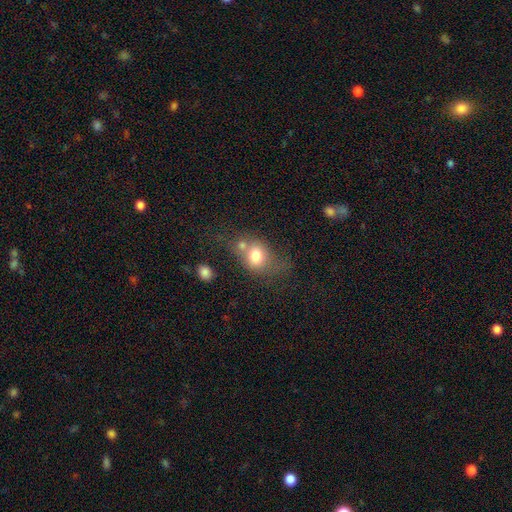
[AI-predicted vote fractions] Smooth or featured? smooth (72%)
How rounded? in between (51%)
Merging? merger (41%)